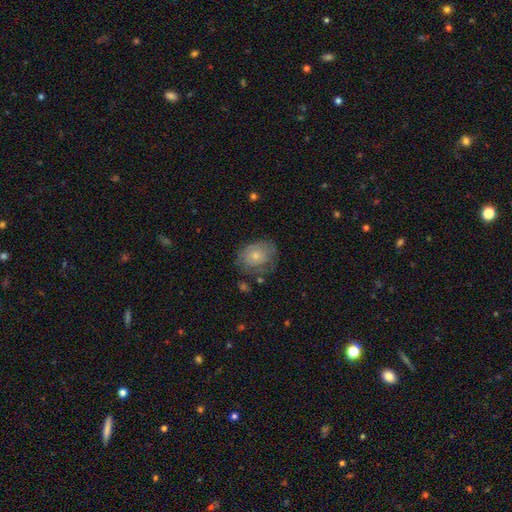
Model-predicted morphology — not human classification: Smooth or featured? Predicted: smooth (p=0.52). How rounded? Predicted: in between (p=0.57). Merging? Predicted: none (p=0.69).